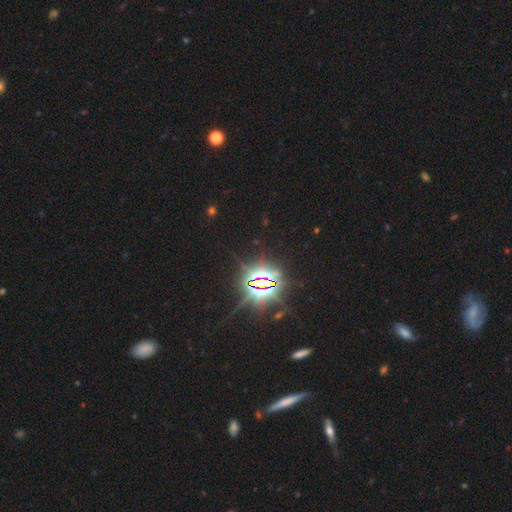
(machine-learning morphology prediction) Overall: star or artifact (84%).